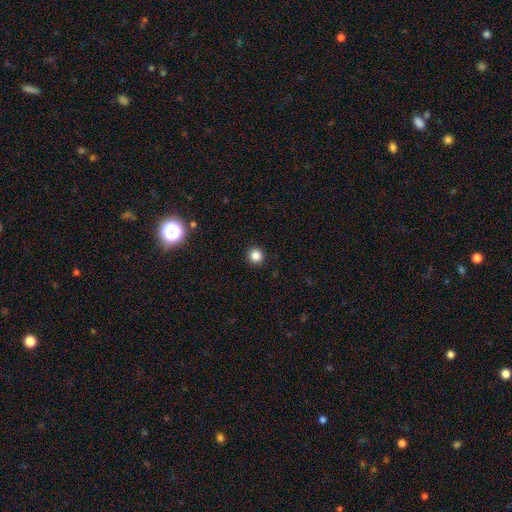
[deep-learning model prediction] A smooth galaxy with no disk features (85%) that is round (95%).

Vote fractions:
- Smooth or featured? smooth: 85% / star or artifact: 11% / featured or disk: 4%
- How rounded? round: 95% / in between: 5% / cigar-shaped: 1%
- Merging? none: 93% / minor disturbance: 4% / major disturbance: 2% / merger: 1%